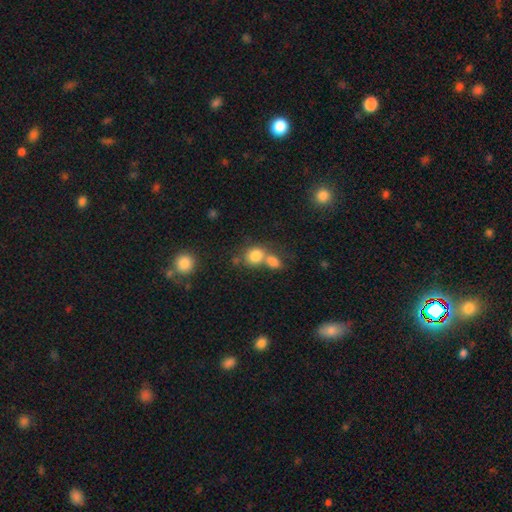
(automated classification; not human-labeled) This is clearly a smooth galaxy (80%). How rounded: likely round (65%). Merging: possibly merger (51%).